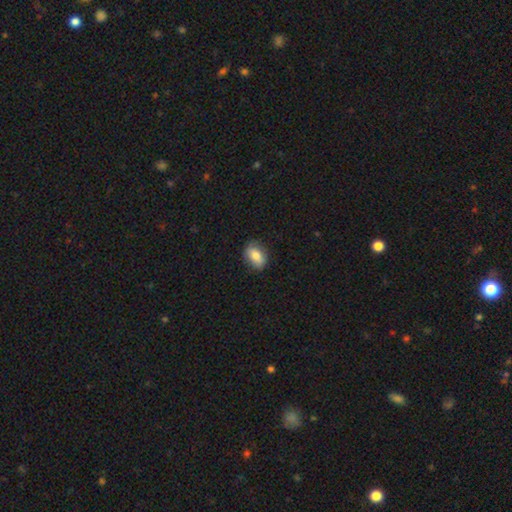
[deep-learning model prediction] smooth 76%, featured or disk 16%, star or artifact 8%. Down the decision tree: how rounded — in between (79%); merging — none (81%).